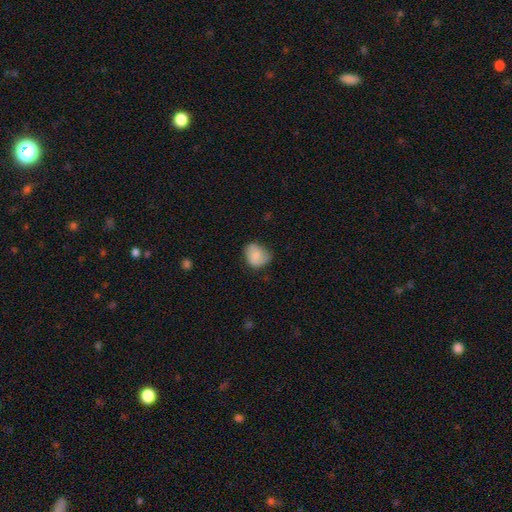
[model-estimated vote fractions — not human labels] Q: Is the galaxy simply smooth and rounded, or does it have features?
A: smooth — 76%.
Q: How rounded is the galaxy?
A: round — 55%.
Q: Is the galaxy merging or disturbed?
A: none — 58%.